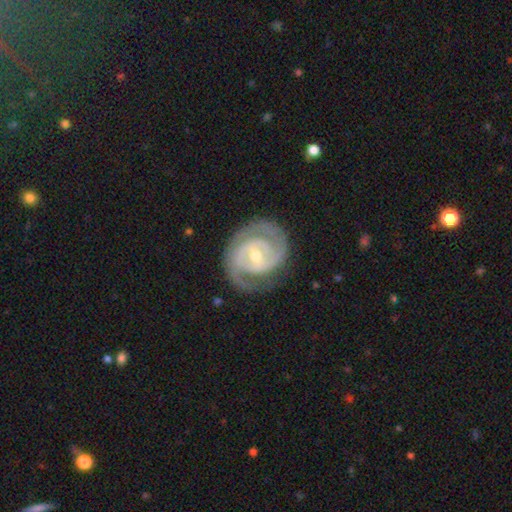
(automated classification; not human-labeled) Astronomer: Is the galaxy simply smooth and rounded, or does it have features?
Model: featured or disk — 90%.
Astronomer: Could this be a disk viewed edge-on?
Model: no — 97%.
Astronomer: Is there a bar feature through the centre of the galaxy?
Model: weak — 42% (runner-up: no, 40%).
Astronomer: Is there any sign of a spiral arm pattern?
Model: yes — 97%.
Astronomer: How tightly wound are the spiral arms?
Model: tight — 60%.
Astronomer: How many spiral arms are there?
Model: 2 — 82%.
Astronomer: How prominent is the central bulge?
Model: moderate — 51% (runner-up: small, 46%).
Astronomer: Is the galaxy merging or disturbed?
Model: none — 78%.